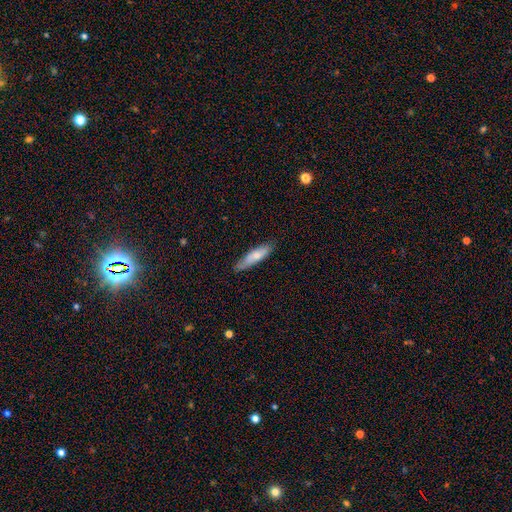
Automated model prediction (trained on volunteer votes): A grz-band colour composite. It shows a smooth galaxy with no disk features (69%) that is cigar-shaped (66%). Merging: none (75%).